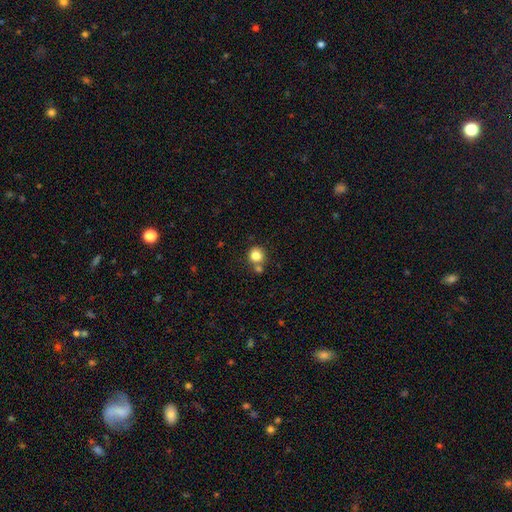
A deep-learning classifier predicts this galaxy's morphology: A smooth galaxy with no disk features (83%) that is round (89%).

Vote fractions:
- Smooth or featured? smooth: 83% / star or artifact: 11% / featured or disk: 7%
- How rounded? round: 89% / in between: 10% / cigar-shaped: 1%
- Merging? none: 64% / merger: 24% / minor disturbance: 9% / major disturbance: 3%